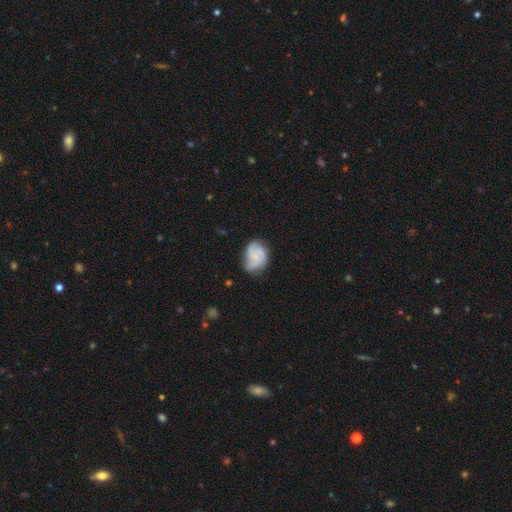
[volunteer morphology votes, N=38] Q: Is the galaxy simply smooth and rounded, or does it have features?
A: featured or disk — 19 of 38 (50%).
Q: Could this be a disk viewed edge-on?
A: no — 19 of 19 (100%).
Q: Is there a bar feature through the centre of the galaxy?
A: no — 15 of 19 (79%).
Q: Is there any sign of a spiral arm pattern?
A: yes — 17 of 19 (89%).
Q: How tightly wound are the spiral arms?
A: medium — 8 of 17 (47%).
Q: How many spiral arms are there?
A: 3 — 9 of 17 (53%).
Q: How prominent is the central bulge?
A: none — 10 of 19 (53%).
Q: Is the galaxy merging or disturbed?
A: none — 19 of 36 (53%).